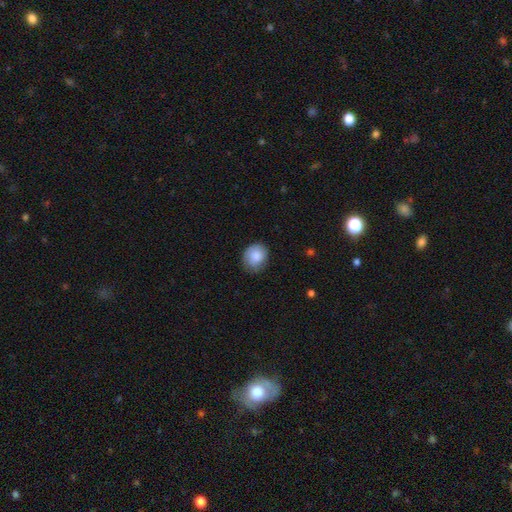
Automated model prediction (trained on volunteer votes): The model was most divided on "how rounded": round: 59%, in between: 40%, cigar-shaped: 1%. More confident: smooth or featured — smooth (80%); merging — none (72%).